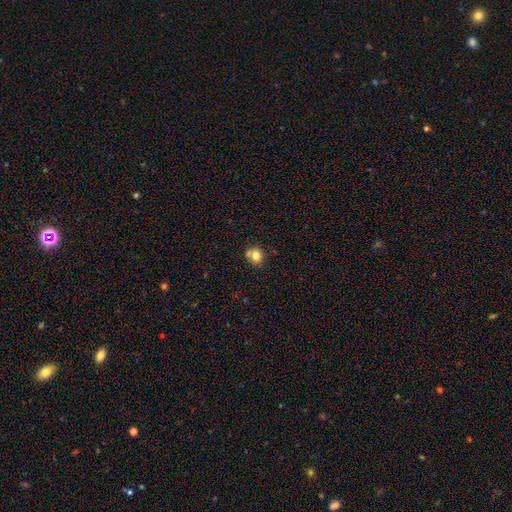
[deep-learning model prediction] This is likely a smooth galaxy (77%). How rounded: likely round (77%). Merging: likely none (61%).